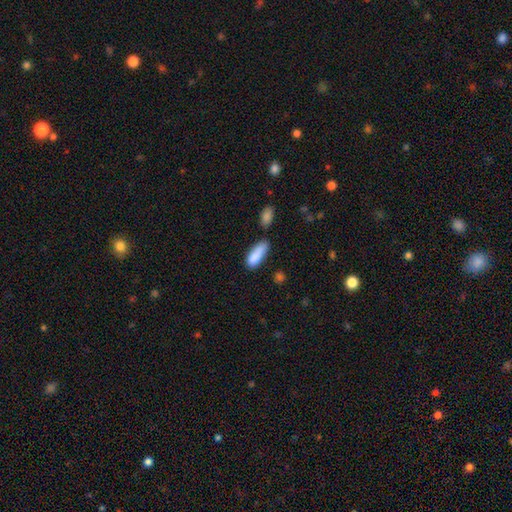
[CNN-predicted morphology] Smooth or featured? smooth (86%)
How rounded? in between (62%)
Merging? none (51%)